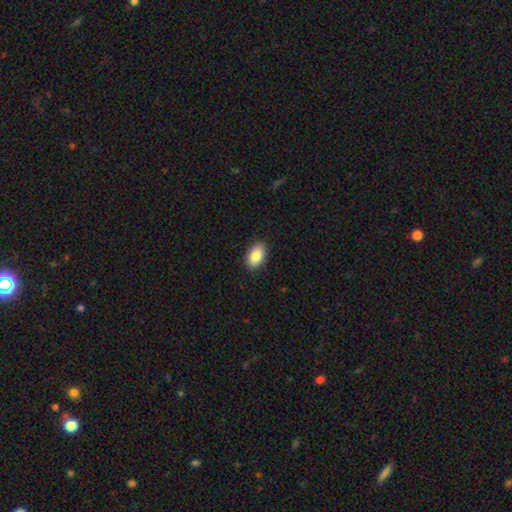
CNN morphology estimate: type=smooth (86%); roundness=in between (92%); merging=none (89%).